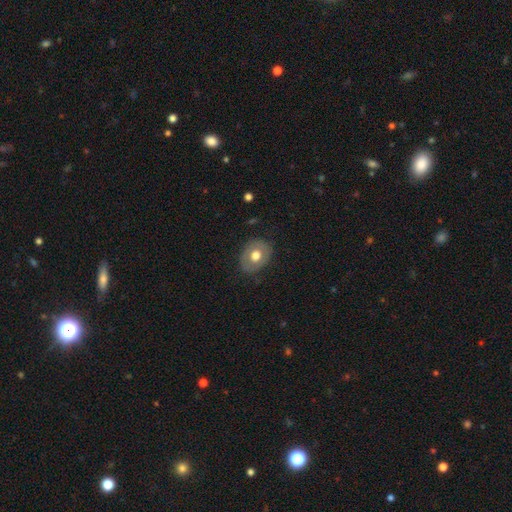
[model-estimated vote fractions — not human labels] Morphology: type=smooth (58%); roundness=in between (58%); merging=none (81%).